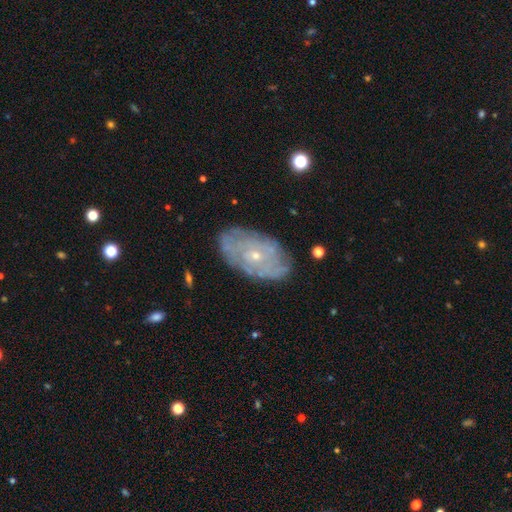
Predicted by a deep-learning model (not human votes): smooth_or_featured: featured or disk (p=0.72) [alt: smooth p=0.21]
disk_edge_on: no (p=0.93) [alt: yes p=0.07]
bar: no (p=0.83) [alt: weak p=0.14]
has_spiral_arms: yes (p=0.74) [alt: no p=0.26]
bulge_size: small (p=0.74) [alt: moderate p=0.23]
merging: none (p=0.79) [alt: minor disturbance p=0.15]